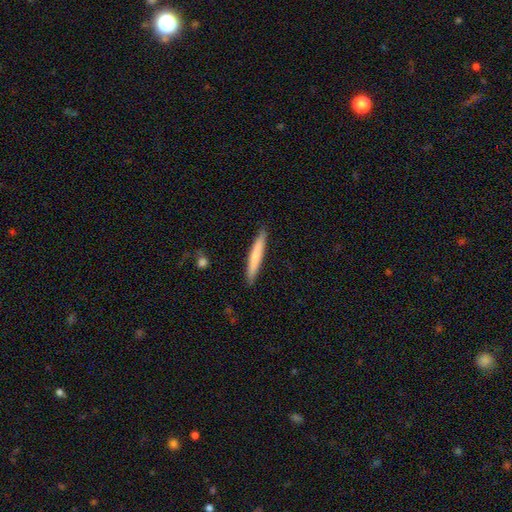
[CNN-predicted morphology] A smooth galaxy with no disk features (72%) that is cigar-shaped (95%). Merging: none (90%).